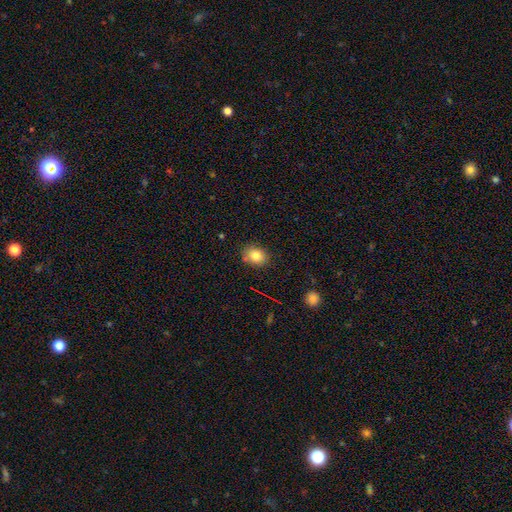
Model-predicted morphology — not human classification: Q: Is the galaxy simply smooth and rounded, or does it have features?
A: smooth — 81%.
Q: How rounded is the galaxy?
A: in between — 51%.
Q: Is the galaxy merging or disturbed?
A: none — 81%.